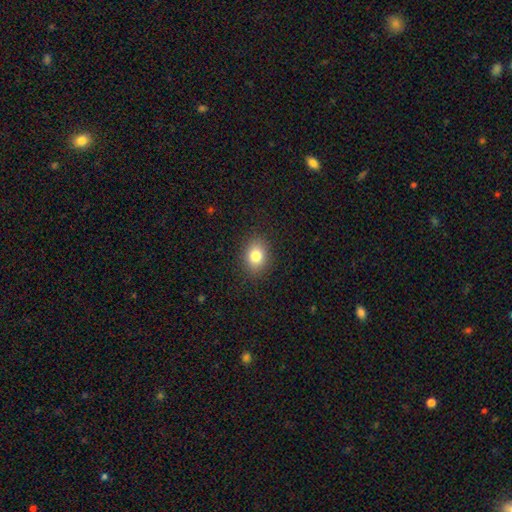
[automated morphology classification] The model was most divided on "how rounded": in between: 59%, round: 40%, cigar-shaped: 1%. More confident: merging — none (88%); smooth or featured — smooth (82%).